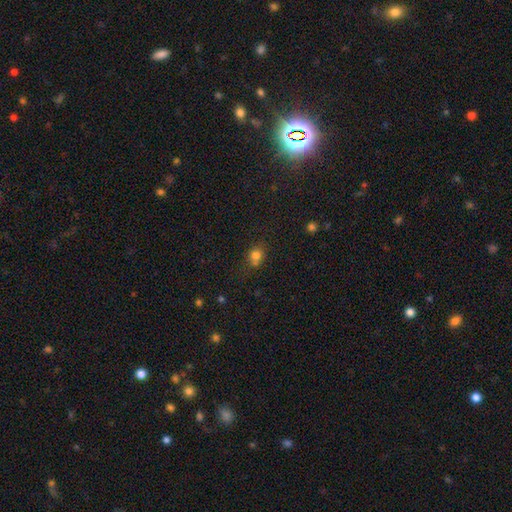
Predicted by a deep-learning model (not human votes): Smooth or featured? Predicted: smooth (p=0.77). How rounded? Predicted: round (p=0.69). Merging? Predicted: none (p=0.57).